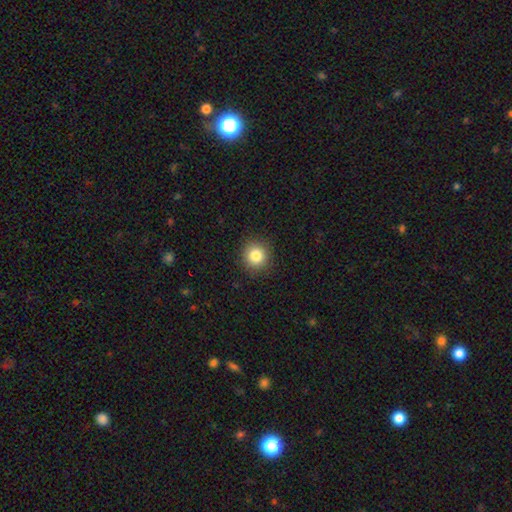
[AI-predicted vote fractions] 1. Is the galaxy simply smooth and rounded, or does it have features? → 84% smooth, 11% star or artifact, 6% featured or disk.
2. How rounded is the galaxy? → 92% round, 7% in between, 1% cigar-shaped.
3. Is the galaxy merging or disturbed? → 91% none, 6% minor disturbance, 2% major disturbance, 1% merger.